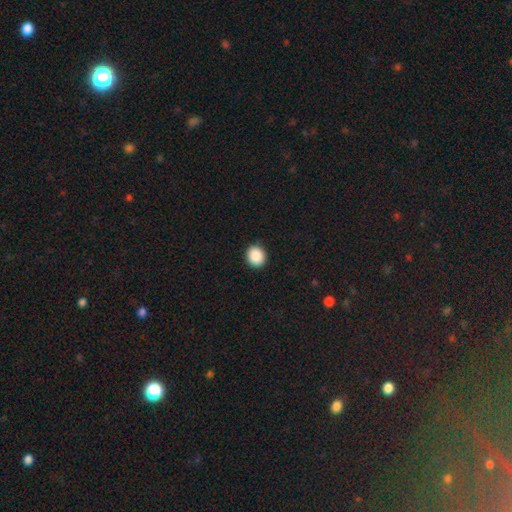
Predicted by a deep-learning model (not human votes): Overall: smooth (89%). How rounded: round (79%). Merging: none (91%).